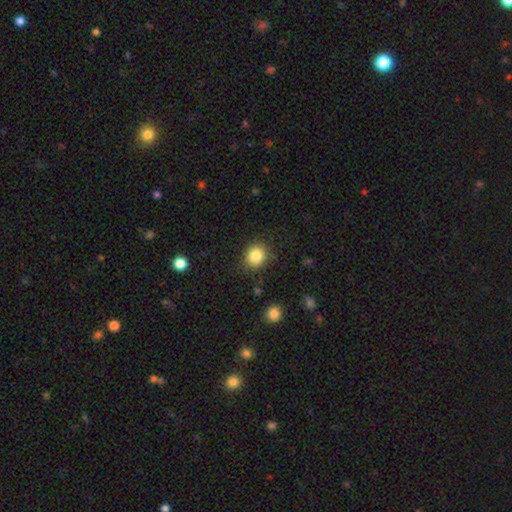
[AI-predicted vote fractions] smooth 85%, star or artifact 10%, featured or disk 5%. Down the decision tree: how rounded — round (79%); merging — none (85%).